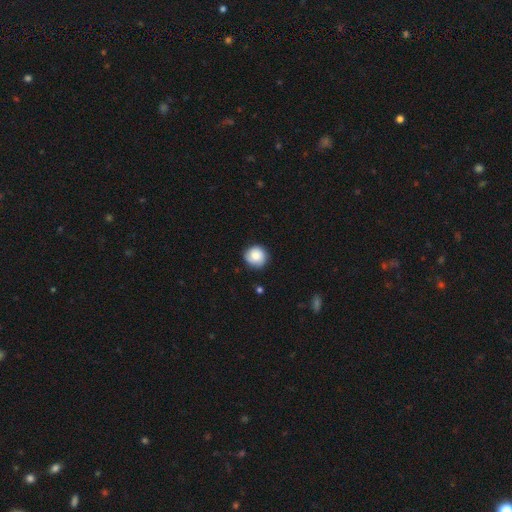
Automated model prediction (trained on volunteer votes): A smooth galaxy with no disk features (81%) that is round (93%).

Vote fractions:
- Smooth or featured? smooth: 81% / featured or disk: 12% / star or artifact: 7%
- How rounded? round: 93% / in between: 7% / cigar-shaped: 1%
- Merging? none: 84% / minor disturbance: 12% / major disturbance: 2% / merger: 1%